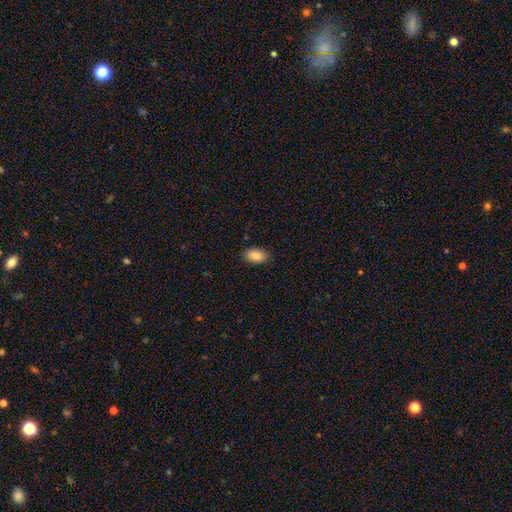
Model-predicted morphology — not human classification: Smooth or featured? Predicted: smooth (p=0.85). How rounded? Predicted: in between (p=0.93). Merging? Predicted: none (p=0.88).